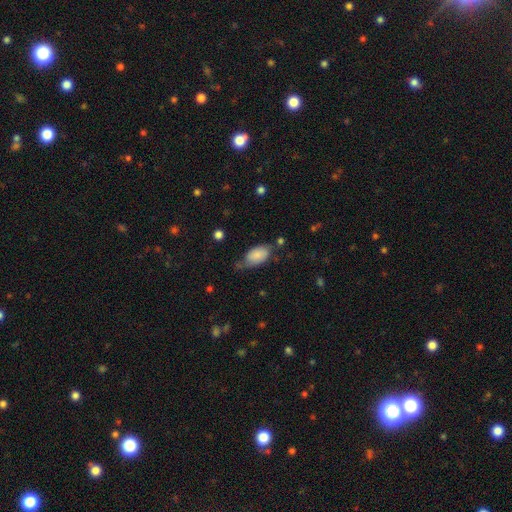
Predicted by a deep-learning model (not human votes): Q: Smooth or featured?
A: smooth (80%); runner-up: featured or disk (13%)
Q: How rounded?
A: in between (94%); runner-up: round (3%)
Q: Merging?
A: none (48%); runner-up: minor disturbance (36%)